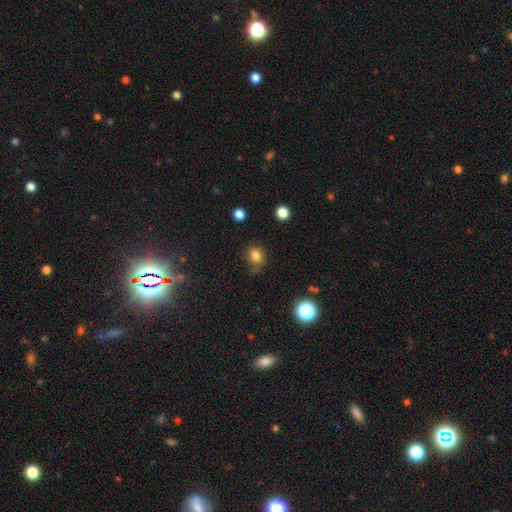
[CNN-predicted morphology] Overall: smooth (80%). How rounded: round (71%). Merging: none (69%).